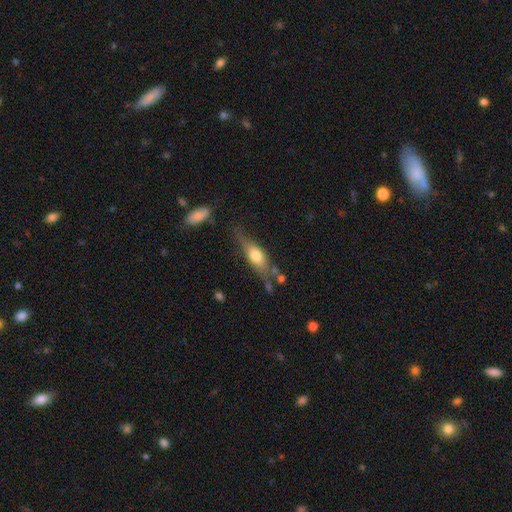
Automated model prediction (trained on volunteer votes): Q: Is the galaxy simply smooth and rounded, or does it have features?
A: smooth — 49%.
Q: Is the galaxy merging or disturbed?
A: none — 61%.